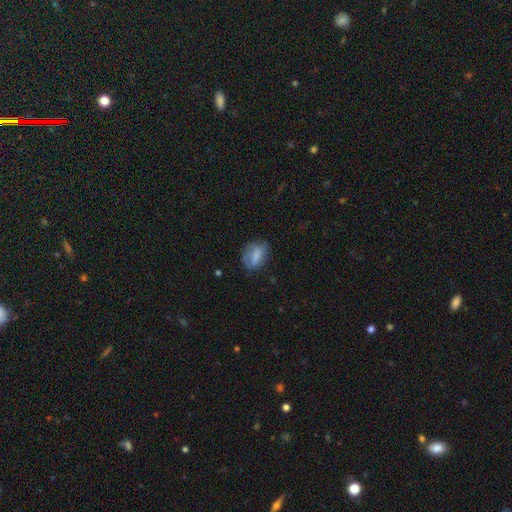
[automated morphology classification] This is likely a smooth galaxy (68%). How rounded: likely in between (76%). Merging: possibly none (58%).